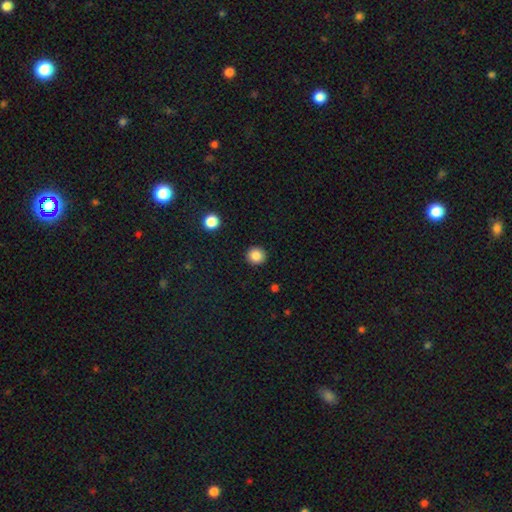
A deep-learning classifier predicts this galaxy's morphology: type=smooth (86%); roundness=round (92%); merging=none (92%).